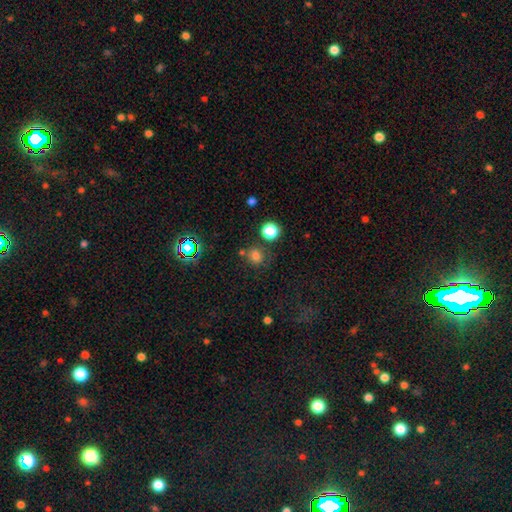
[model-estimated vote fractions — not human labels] smooth_or_featured: smooth (p=0.73) [alt: star or artifact p=0.20]
how_rounded: round (p=0.78) [alt: in between p=0.21]
merging: none (p=0.69) [alt: minor disturbance p=0.14]